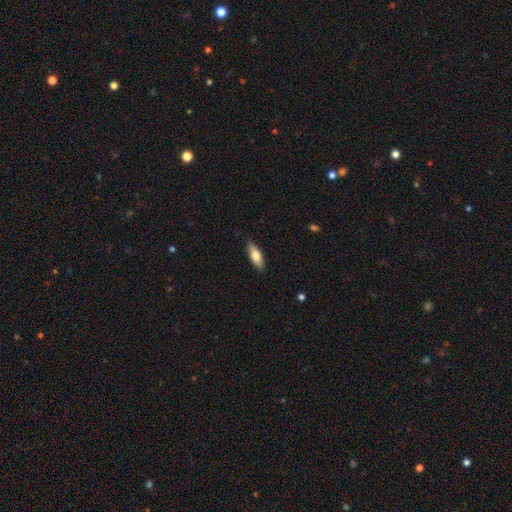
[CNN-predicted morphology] smooth_or_featured: smooth (p=0.71) [alt: featured or disk p=0.23]
how_rounded: in between (p=0.63) [alt: cigar-shaped p=0.35]
merging: none (p=0.88) [alt: minor disturbance p=0.09]